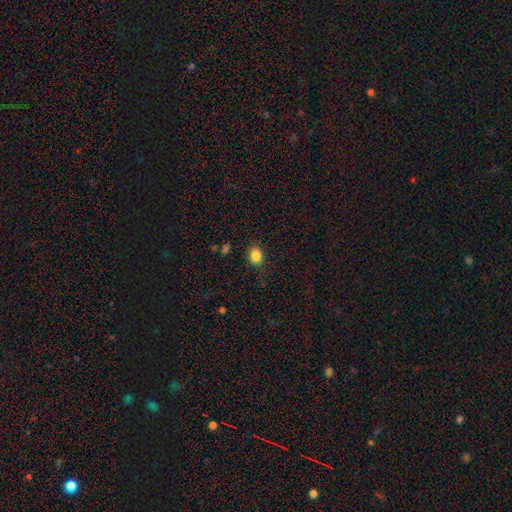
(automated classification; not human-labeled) smooth 85%, star or artifact 10%, featured or disk 4%. Down the decision tree: how rounded — in between (62%); merging — none (82%).